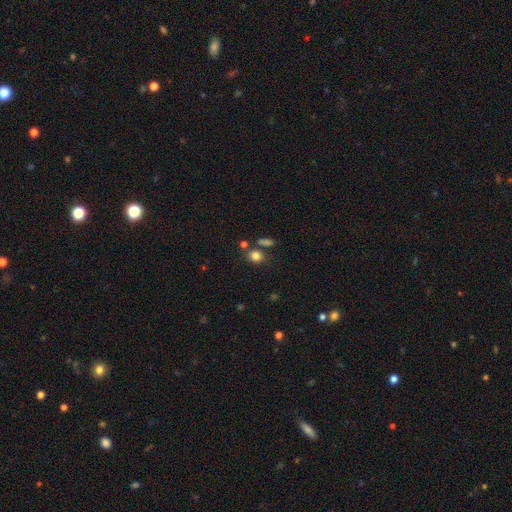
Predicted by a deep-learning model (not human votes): smooth_or_featured: smooth (p=0.79) [alt: star or artifact p=0.14]
how_rounded: round (p=0.67) [alt: in between p=0.32]
merging: none (p=0.67) [alt: merger p=0.16]